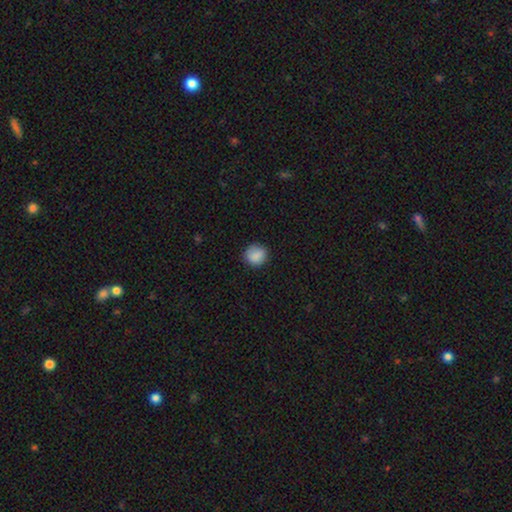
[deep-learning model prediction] Q: Smooth or featured?
A: smooth (87%); runner-up: star or artifact (8%)
Q: How rounded?
A: round (86%); runner-up: in between (13%)
Q: Merging?
A: none (84%); runner-up: minor disturbance (12%)